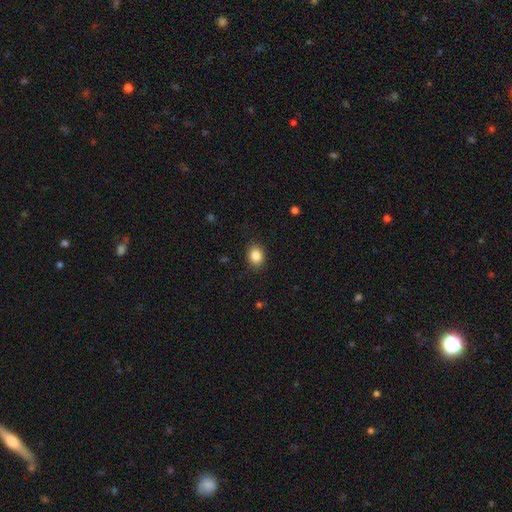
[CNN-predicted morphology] Smooth or featured? smooth (86%)
How rounded? in between (58%)
Merging? none (87%)